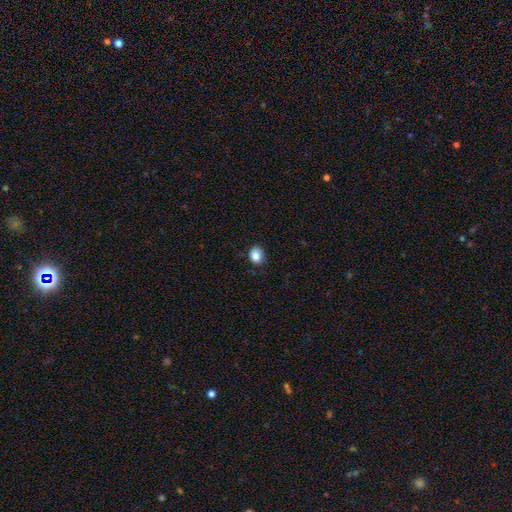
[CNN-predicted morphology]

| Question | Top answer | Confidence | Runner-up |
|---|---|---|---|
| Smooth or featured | smooth | 86% | star or artifact (10%) |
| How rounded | round | 59% | in between (41%) |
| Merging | none | 84% | minor disturbance (13%) |